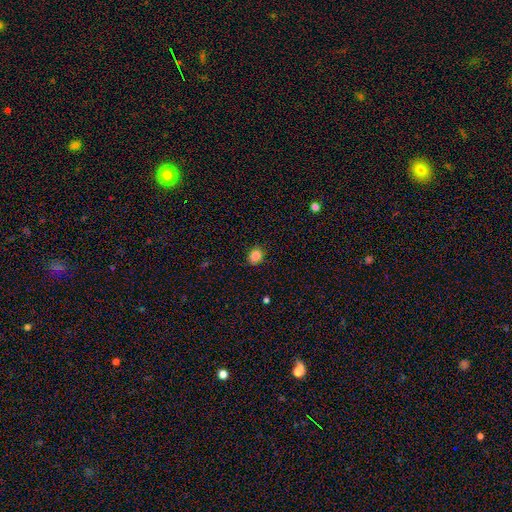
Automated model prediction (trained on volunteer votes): A smooth galaxy with no disk features (85%) that is round (54%).

Vote fractions:
- Smooth or featured? smooth: 85% / star or artifact: 10% / featured or disk: 5%
- How rounded? round: 54% / in between: 45% / cigar-shaped: 1%
- Merging? none: 86% / minor disturbance: 11% / major disturbance: 2% / merger: 1%